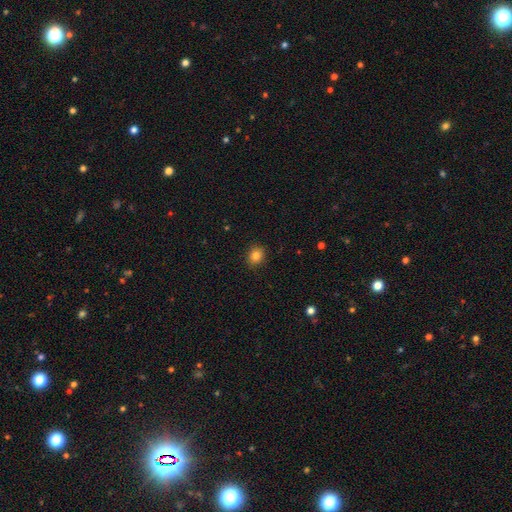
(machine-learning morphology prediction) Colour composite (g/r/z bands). It shows a smooth galaxy with no disk features (84%) that is round (74%). Merging: none (91%).